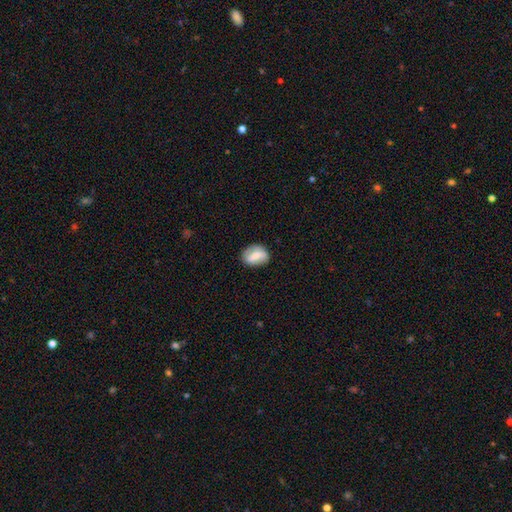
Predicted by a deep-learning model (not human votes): The model was most divided on "smooth or featured": smooth: 52%, featured or disk: 40%, star or artifact: 7%. More confident: merging — none (78%); how rounded — in between (64%).